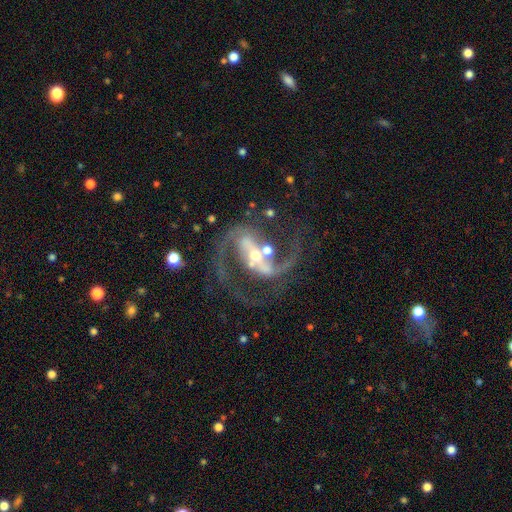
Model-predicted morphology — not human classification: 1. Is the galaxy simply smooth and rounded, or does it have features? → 92% featured or disk, 5% star or artifact, 3% smooth.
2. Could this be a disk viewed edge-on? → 98% no, 2% yes.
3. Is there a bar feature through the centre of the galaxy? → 61% strong, 26% weak, 13% no.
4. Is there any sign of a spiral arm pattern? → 98% yes, 2% no.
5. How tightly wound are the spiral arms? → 62% medium, 27% loose, 11% tight.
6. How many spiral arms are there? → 93% 2, 2% 3, 2% can't tell, 1% 1, 1% 4, 1% more than 4.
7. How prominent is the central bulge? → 48% moderate, 45% small, 4% large, 2% none, 1% dominant.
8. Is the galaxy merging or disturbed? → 61% none, 14% minor disturbance, 13% merger, 12% major disturbance.